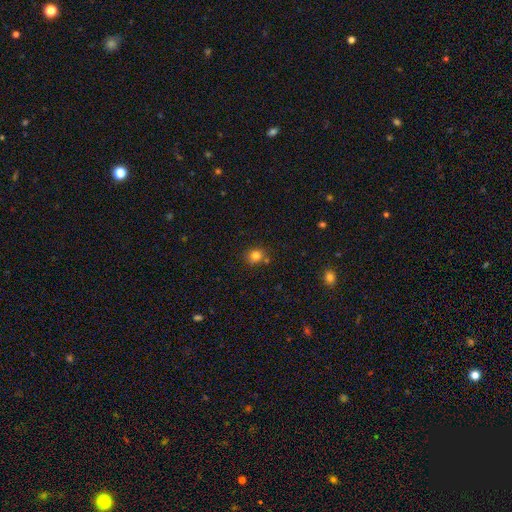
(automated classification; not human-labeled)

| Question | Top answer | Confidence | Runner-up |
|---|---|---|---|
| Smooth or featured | smooth | 81% | star or artifact (13%) |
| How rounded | round | 79% | in between (20%) |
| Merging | none | 74% | minor disturbance (13%) |